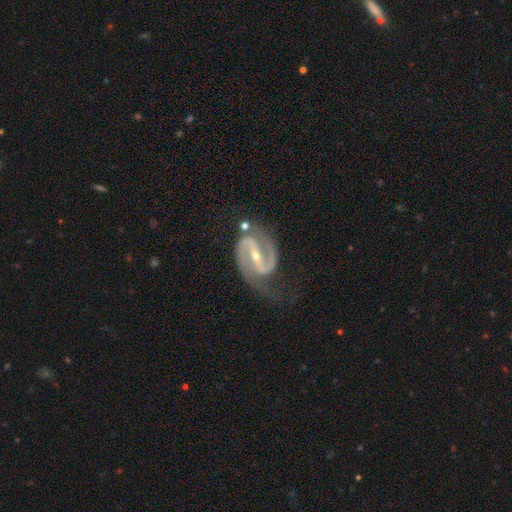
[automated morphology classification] smooth_or_featured: featured or disk (p=0.93) [alt: star or artifact p=0.04]
disk_edge_on: no (p=0.97) [alt: yes p=0.03]
bar: strong (p=0.70) [alt: weak p=0.22]
has_spiral_arms: yes (p=0.98) [alt: no p=0.02]
spiral_winding: medium (p=0.56) [alt: tight p=0.23]
spiral_arm_count: 2 (p=0.94) [alt: can't tell p=0.02]
bulge_size: small (p=0.70) [alt: moderate p=0.27]
merging: none (p=0.62) [alt: minor disturbance p=0.23]